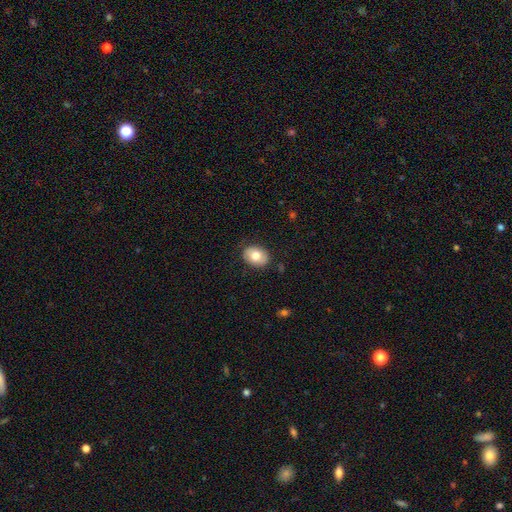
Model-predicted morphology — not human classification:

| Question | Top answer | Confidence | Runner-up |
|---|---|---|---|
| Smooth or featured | smooth | 76% | featured or disk (17%) |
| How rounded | in between | 64% | round (35%) |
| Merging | none | 85% | minor disturbance (12%) |